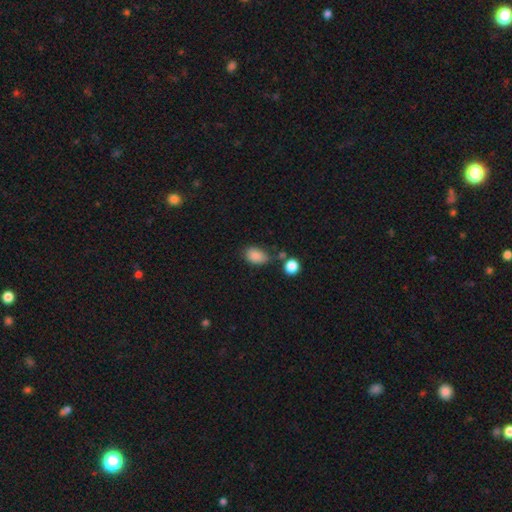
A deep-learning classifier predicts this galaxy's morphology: Smooth or featured? smooth (86%)
How rounded? in between (85%)
Merging? none (57%)